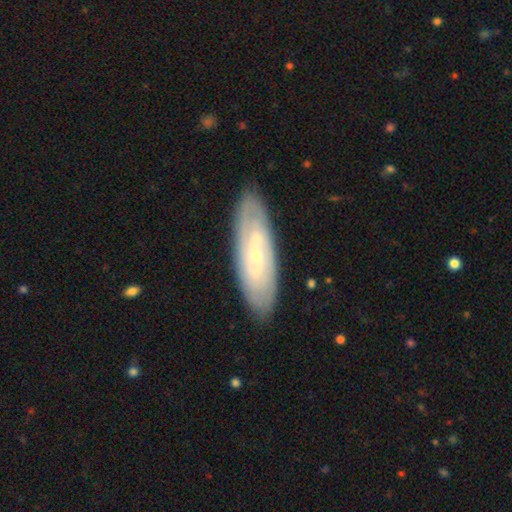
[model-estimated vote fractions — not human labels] Smooth or featured?
  - featured or disk: 73% *
  - smooth: 21%
  - star or artifact: 6%
Edge-on disk?
  - no: 85% *
  - yes: 15%
Bar?
  - weak: 48% *
  - no: 34%
  - strong: 18%
Spiral arms?
  - yes: 88% *
  - no: 12%
Spiral winding?
  - tight: 57% *
  - medium: 32%
  - loose: 11%
Spiral arm count?
  - can't tell: 42% *
  - 2: 40%
  - 3: 7%
  - 4: 5%
  - 1: 3%
  - more than 4: 3%
Bulge size?
  - small: 76% *
  - moderate: 17%
  - none: 4%
  - large: 1%
  - dominant: 1%
Merging?
  - none: 85% *
  - minor disturbance: 11%
  - major disturbance: 2%
  - merger: 1%